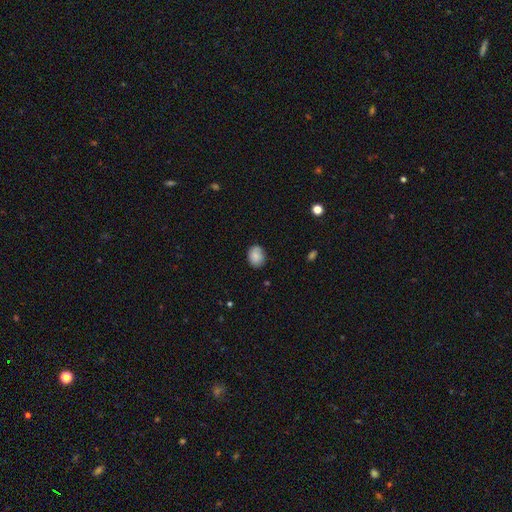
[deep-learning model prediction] smooth-or-featured: smooth: 85% | star or artifact: 8% | featured or disk: 7%
  how-rounded: in between: 58% | round: 41% | cigar-shaped: 1%
  merging: none: 80% | minor disturbance: 16% | major disturbance: 3% | merger: 1%